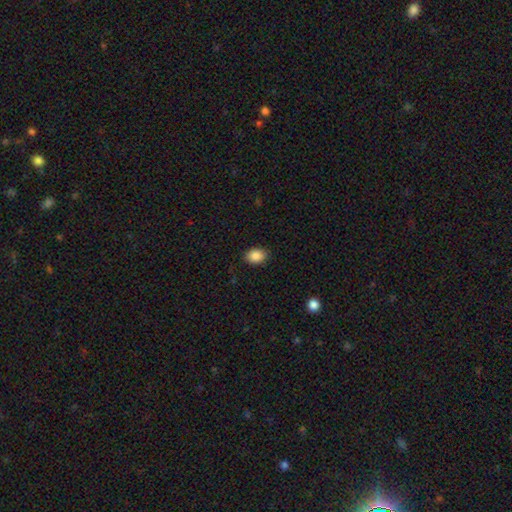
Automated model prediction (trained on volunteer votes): This is clearly a smooth galaxy (88%). How rounded: likely in between (74%). Merging: clearly none (88%).